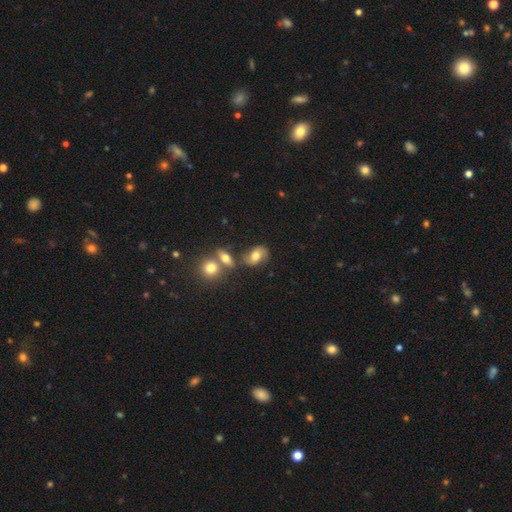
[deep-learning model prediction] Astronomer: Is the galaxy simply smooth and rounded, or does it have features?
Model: smooth — 63%.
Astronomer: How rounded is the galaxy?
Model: in between — 81%.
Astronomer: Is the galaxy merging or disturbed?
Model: none — 61%.